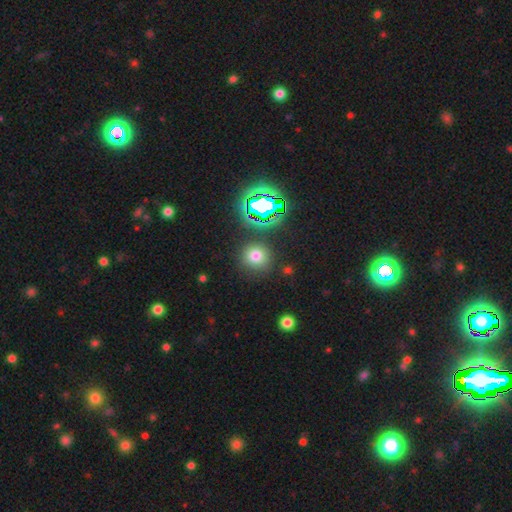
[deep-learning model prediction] Smooth or featured? Predicted: smooth (p=0.68). How rounded? Predicted: round (p=0.90). Merging? Predicted: none (p=0.86).